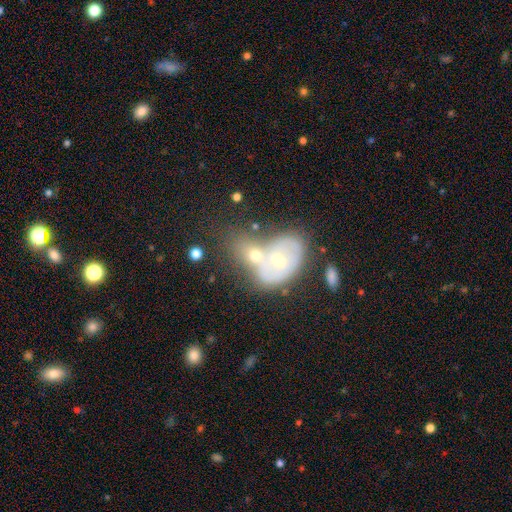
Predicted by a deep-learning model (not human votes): Morphology: type=smooth (48%); merging=merger (69%).